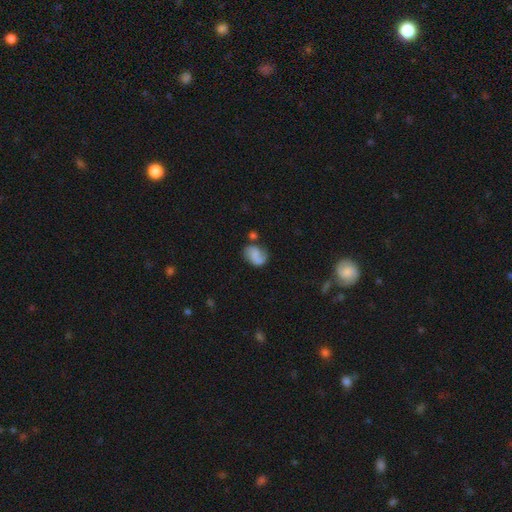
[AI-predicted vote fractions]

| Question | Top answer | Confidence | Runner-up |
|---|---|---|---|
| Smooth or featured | featured or disk | 49% | smooth (41%) |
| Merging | none | 52% | minor disturbance (25%) |